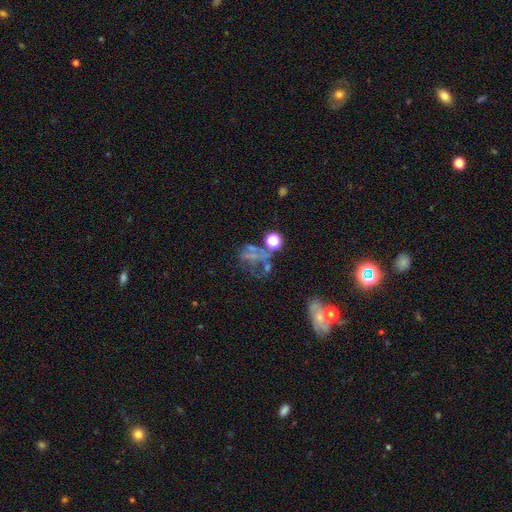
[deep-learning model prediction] smooth-or-featured: featured or disk: 35% | star or artifact: 34% | smooth: 31%
  merging: none: 33% | major disturbance: 32% | merger: 18% | minor disturbance: 16%